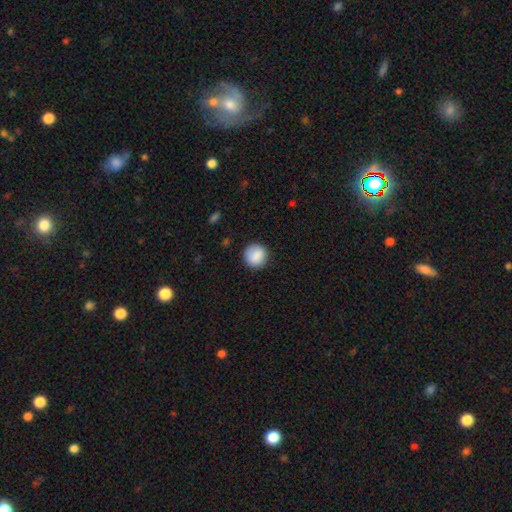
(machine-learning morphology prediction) The model was most divided on "merging": none: 85%, minor disturbance: 11%, major disturbance: 3%, merger: 1%. More confident: how rounded — round (90%); smooth or featured — smooth (87%).